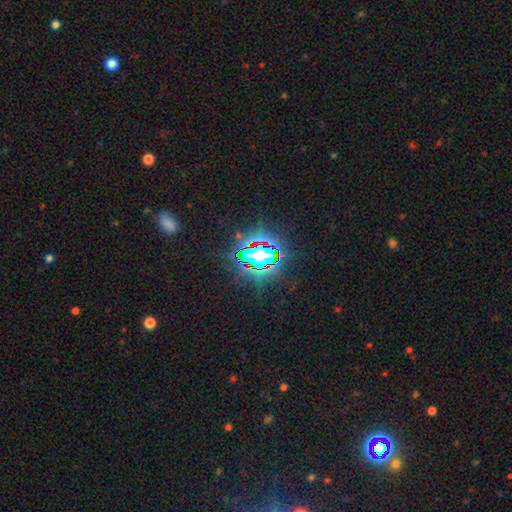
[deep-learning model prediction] Overall: star or artifact (79%).